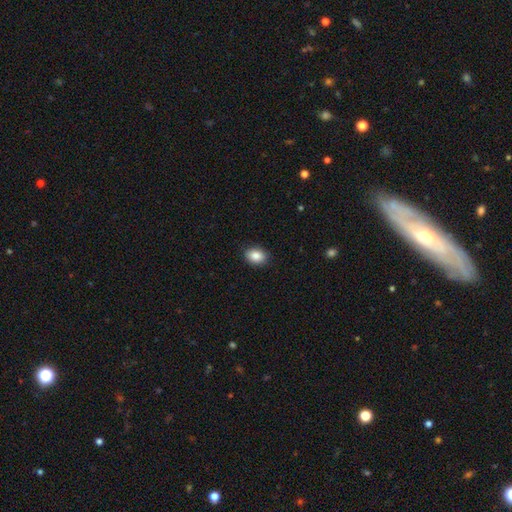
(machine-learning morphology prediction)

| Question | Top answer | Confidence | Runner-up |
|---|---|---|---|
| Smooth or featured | smooth | 88% | star or artifact (8%) |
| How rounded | in between | 74% | round (25%) |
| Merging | none | 90% | minor disturbance (8%) |